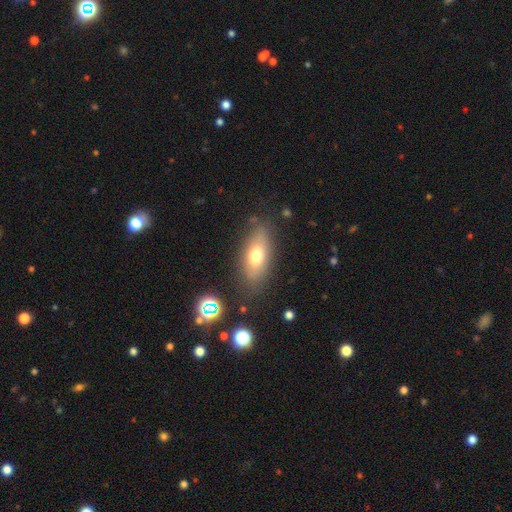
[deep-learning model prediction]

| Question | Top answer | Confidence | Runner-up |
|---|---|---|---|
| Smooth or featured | smooth | 66% | featured or disk (24%) |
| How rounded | in between | 82% | cigar-shaped (13%) |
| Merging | none | 76% | minor disturbance (16%) |